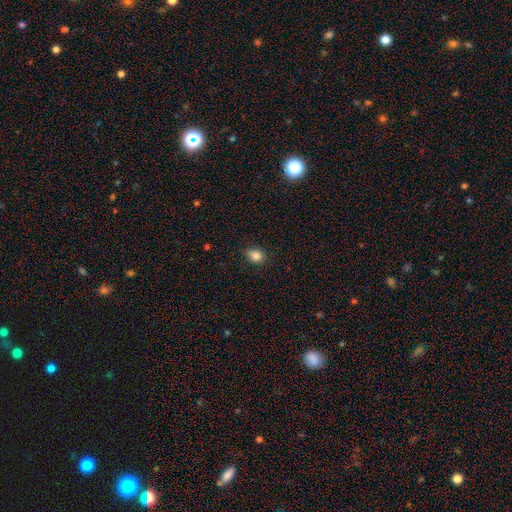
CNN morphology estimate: smooth_or_featured: smooth (p=0.85) [alt: star or artifact p=0.11]
how_rounded: round (p=0.56) [alt: in between p=0.42]
merging: none (p=0.76) [alt: minor disturbance p=0.20]